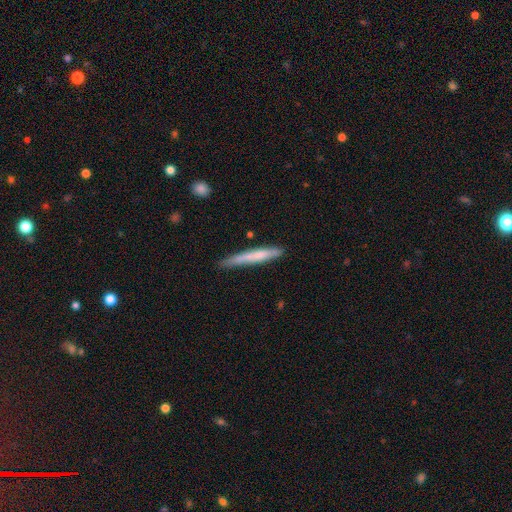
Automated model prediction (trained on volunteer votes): Smooth or featured?
  - smooth: 60% *
  - featured or disk: 34%
  - star or artifact: 6%
How rounded?
  - cigar-shaped: 96% *
  - in between: 3%
  - round: 1%
Merging?
  - none: 76% *
  - minor disturbance: 19%
  - major disturbance: 3%
  - merger: 2%